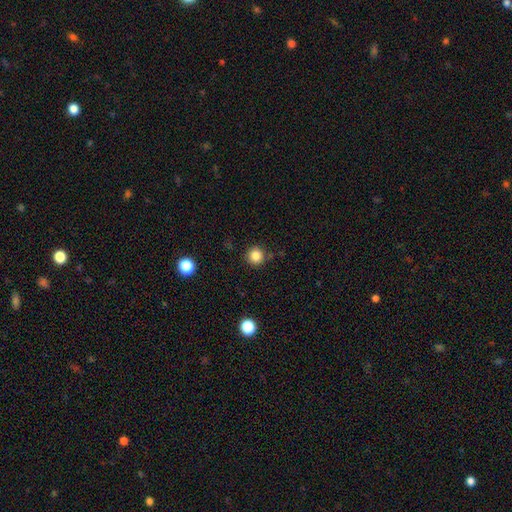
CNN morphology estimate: smooth-or-featured: smooth: 84% | star or artifact: 12% | featured or disk: 5%
  how-rounded: round: 95% | in between: 4% | cigar-shaped: 1%
  merging: none: 87% | minor disturbance: 8% | merger: 3% | major disturbance: 2%